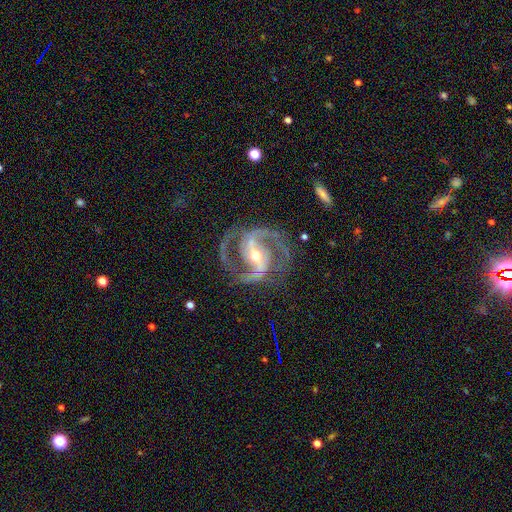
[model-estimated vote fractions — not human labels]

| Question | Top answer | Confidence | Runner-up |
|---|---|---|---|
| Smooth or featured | featured or disk | 93% | star or artifact (5%) |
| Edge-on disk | no | 98% | yes (2%) |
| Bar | strong | 55% | weak (30%) |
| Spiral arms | yes | 98% | no (2%) |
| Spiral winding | medium | 65% | tight (22%) |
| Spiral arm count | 2 | 87% | 3 (7%) |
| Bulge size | moderate | 55% | small (41%) |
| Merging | none | 76% | minor disturbance (14%) |